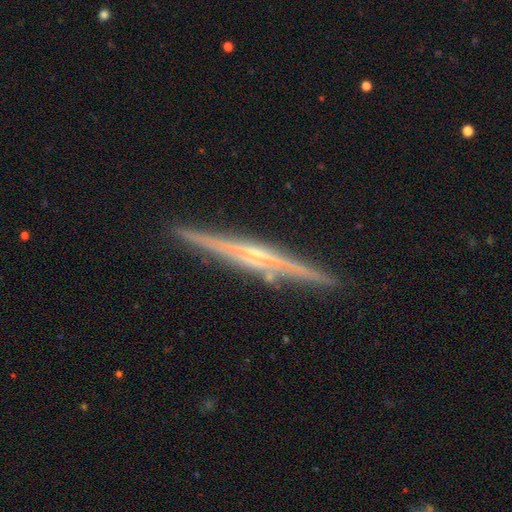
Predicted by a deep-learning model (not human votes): Smooth or featured?
  - featured or disk: 83% *
  - smooth: 11%
  - star or artifact: 6%
Edge-on disk?
  - yes: 98% *
  - no: 2%
Edge-on bulge?
  - rounded: 54% *
  - none: 33%
  - boxy: 13%
Merging?
  - none: 90% *
  - minor disturbance: 7%
  - merger: 2%
  - major disturbance: 1%